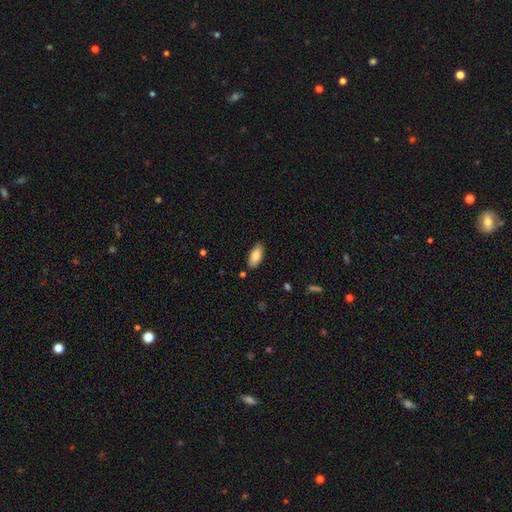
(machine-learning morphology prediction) Smooth or featured? Predicted: smooth (p=0.83). How rounded? Predicted: in between (p=0.86). Merging? Predicted: none (p=0.85).